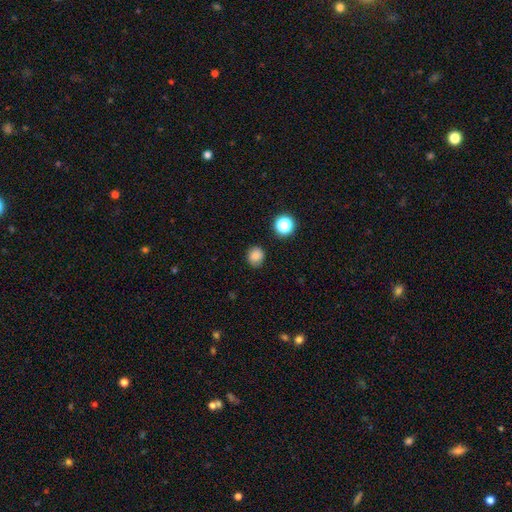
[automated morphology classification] A smooth galaxy with no disk features (83%) that is round (82%).

Vote fractions:
- Smooth or featured? smooth: 83% / star or artifact: 12% / featured or disk: 5%
- How rounded? round: 82% / in between: 17% / cigar-shaped: 1%
- Merging? none: 86% / minor disturbance: 9% / major disturbance: 2% / merger: 2%